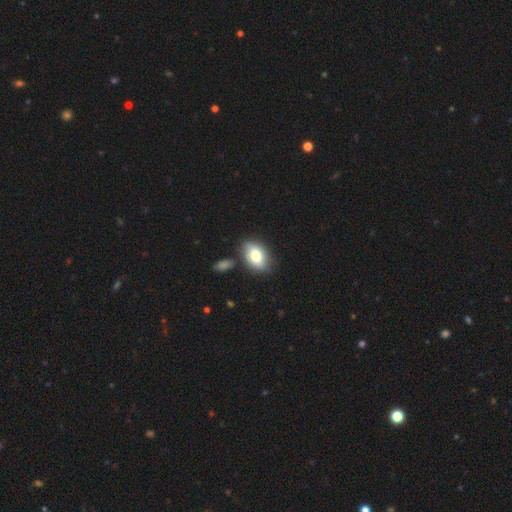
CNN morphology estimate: A smooth galaxy with no disk features (76%) that is in between round and cigar-shaped (88%). Merging: none (73%).